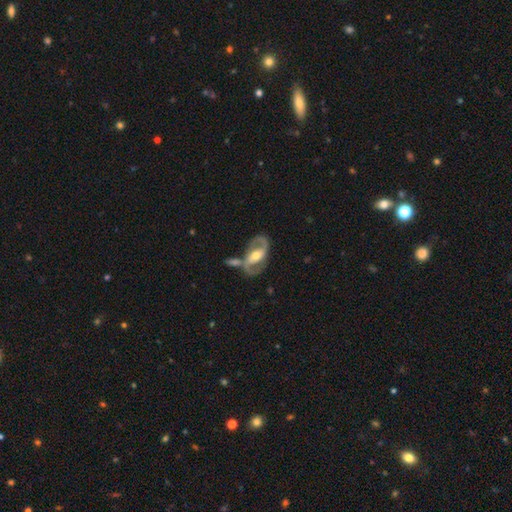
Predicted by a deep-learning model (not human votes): Overall: featured or disk (85%). Edge-on disk: no (96%). Bar: strong (39%; weak 36%). Spiral arms: yes (91%). Spiral arm count: 2 (90%). Spiral winding: medium (55%; tight 23%). Bulge size: moderate (69%). Merging: none (61%).